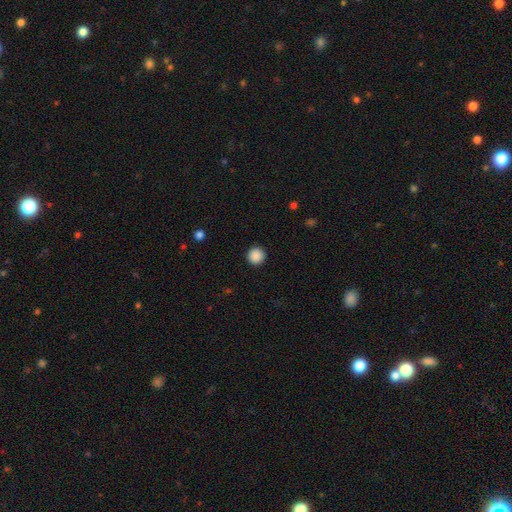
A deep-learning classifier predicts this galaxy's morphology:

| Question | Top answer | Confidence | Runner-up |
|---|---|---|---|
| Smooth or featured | smooth | 89% | star or artifact (9%) |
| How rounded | round | 96% | in between (3%) |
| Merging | none | 92% | minor disturbance (5%) |